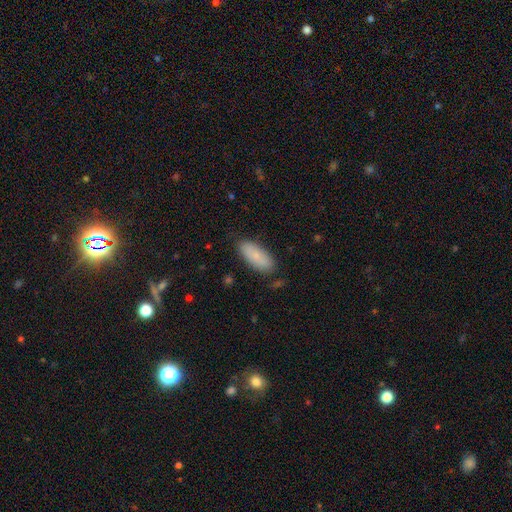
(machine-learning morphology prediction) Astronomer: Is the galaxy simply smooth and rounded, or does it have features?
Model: smooth — 79%.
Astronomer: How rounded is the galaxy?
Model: in between — 83%.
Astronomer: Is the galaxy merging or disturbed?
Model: none — 82%.